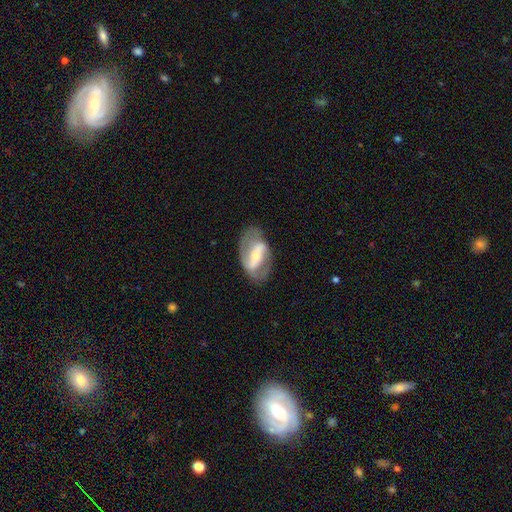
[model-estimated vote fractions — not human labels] smooth_or_featured: featured or disk (p=0.79) [alt: smooth p=0.16]
disk_edge_on: no (p=0.94) [alt: yes p=0.06]
bar: strong (p=0.63) [alt: weak p=0.25]
has_spiral_arms: yes (p=0.79) [alt: no p=0.21]
spiral_winding: medium (p=0.43) [alt: loose p=0.35]
spiral_arm_count: 2 (p=0.85) [alt: can't tell p=0.08]
bulge_size: small (p=0.50) [alt: moderate p=0.42]
merging: none (p=0.72) [alt: minor disturbance p=0.17]